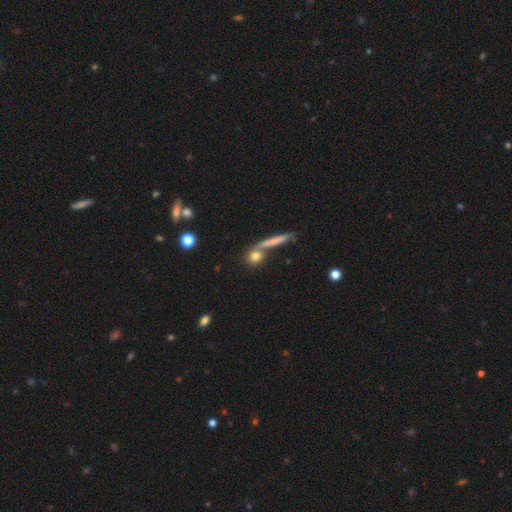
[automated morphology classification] Smooth or featured? smooth (75%)
How rounded? round (71%)
Merging? none (65%)